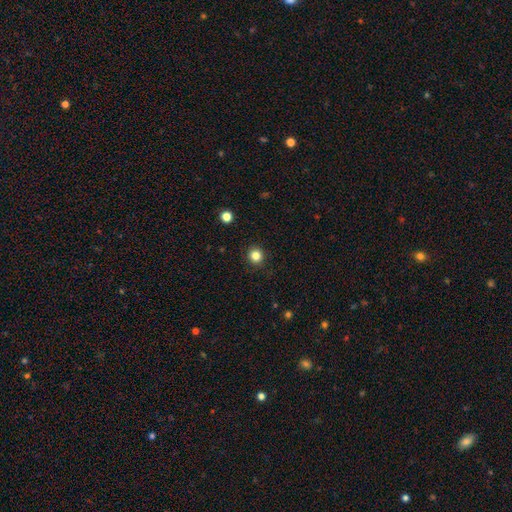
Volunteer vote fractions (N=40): Q: Smooth or featured?
A: smooth (88%); runner-up: star or artifact (8%)
Q: How rounded?
A: round (94%); runner-up: in between (6%)
Q: Merging?
A: none (89%); runner-up: major disturbance (8%)